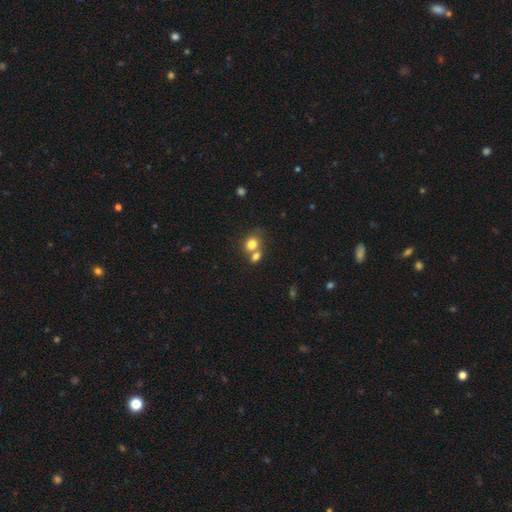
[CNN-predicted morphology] type=smooth (77%); roundness=round (58%); merging=merger (53%).